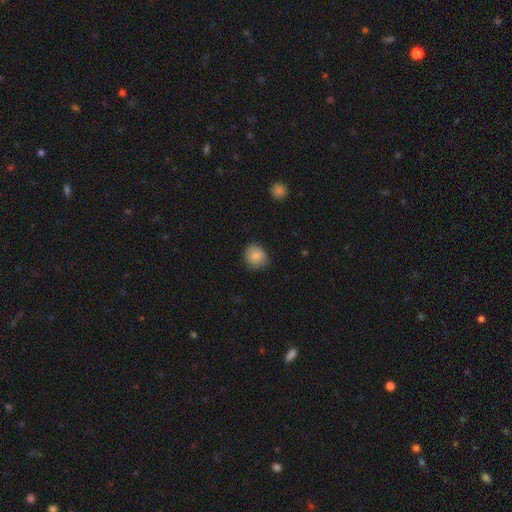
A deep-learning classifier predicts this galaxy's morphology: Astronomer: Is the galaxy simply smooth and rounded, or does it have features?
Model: smooth — 84%.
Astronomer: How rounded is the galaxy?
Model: round — 80%.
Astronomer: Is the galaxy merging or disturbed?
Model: none — 77%.